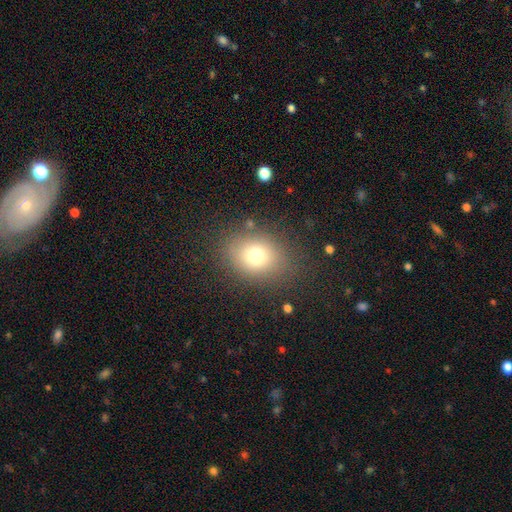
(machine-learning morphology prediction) type=smooth (74%); roundness=in between (52%); merging=none (81%).